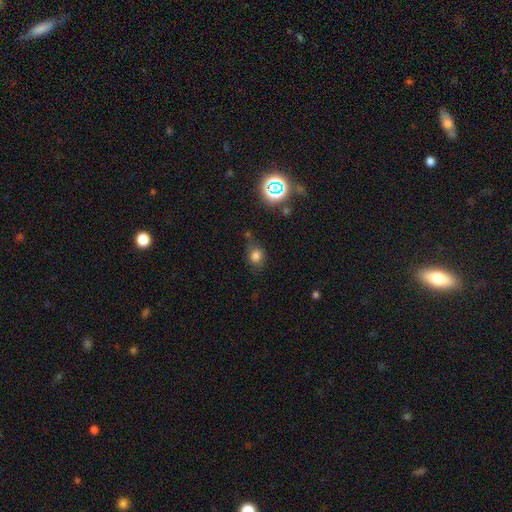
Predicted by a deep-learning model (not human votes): The model was most divided on "how rounded": round: 50%, in between: 48%, cigar-shaped: 2%. More confident: smooth or featured — smooth (72%); merging — none (62%).